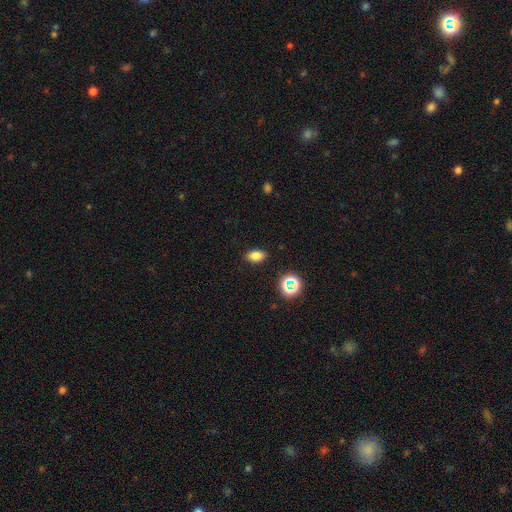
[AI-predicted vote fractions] Smooth or featured?
  - smooth: 80% *
  - star or artifact: 14%
  - featured or disk: 6%
How rounded?
  - in between: 87% *
  - round: 11%
  - cigar-shaped: 2%
Merging?
  - none: 87% *
  - minor disturbance: 9%
  - major disturbance: 2%
  - merger: 1%